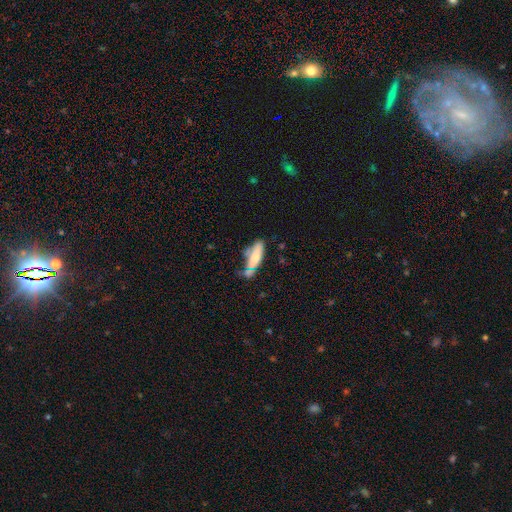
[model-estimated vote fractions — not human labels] Morphology: type=smooth (71%); roundness=cigar-shaped (51%); merging=none (45%).